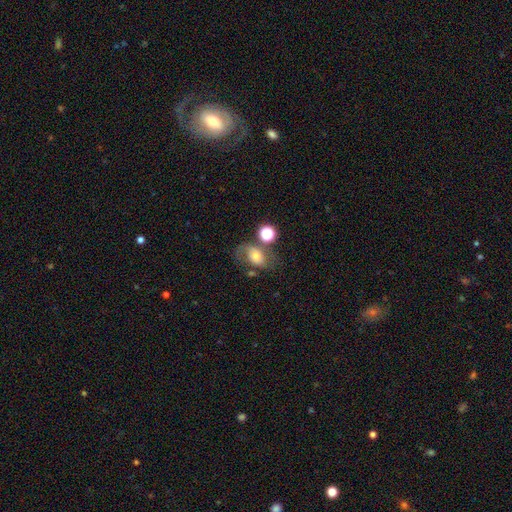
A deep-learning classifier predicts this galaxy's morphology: Q: Smooth or featured?
A: smooth (50%); runner-up: featured or disk (37%)
Q: Merging?
A: none (45%); runner-up: minor disturbance (21%)